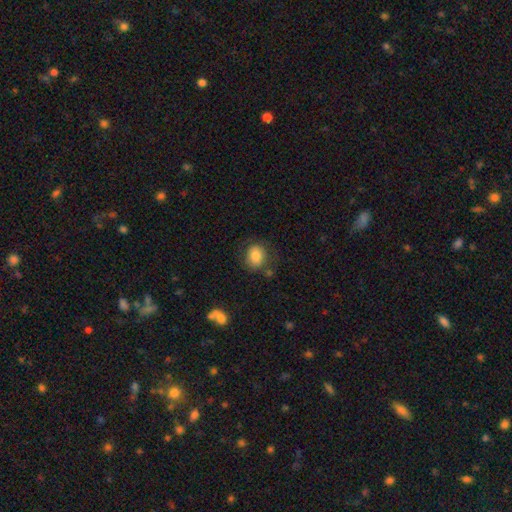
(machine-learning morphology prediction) Smooth or featured?
  - smooth: 82% *
  - featured or disk: 10%
  - star or artifact: 8%
How rounded?
  - round: 60% *
  - in between: 39%
  - cigar-shaped: 1%
Merging?
  - none: 71% *
  - minor disturbance: 18%
  - major disturbance: 7%
  - merger: 4%